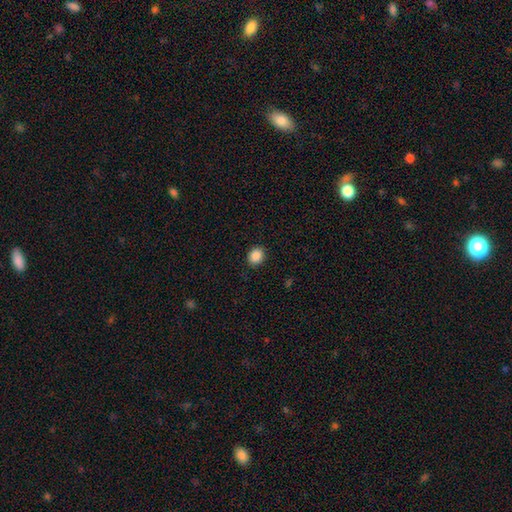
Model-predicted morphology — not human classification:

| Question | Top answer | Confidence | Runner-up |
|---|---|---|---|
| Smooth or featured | smooth | 88% | star or artifact (9%) |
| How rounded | round | 67% | in between (32%) |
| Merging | none | 89% | minor disturbance (8%) |